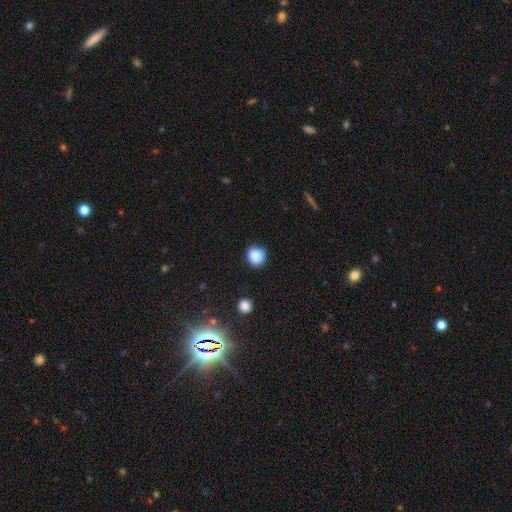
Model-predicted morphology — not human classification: Smooth or featured?
  - smooth: 86% *
  - star or artifact: 10%
  - featured or disk: 3%
How rounded?
  - round: 90% *
  - in between: 9%
  - cigar-shaped: 1%
Merging?
  - none: 85% *
  - minor disturbance: 11%
  - major disturbance: 3%
  - merger: 2%